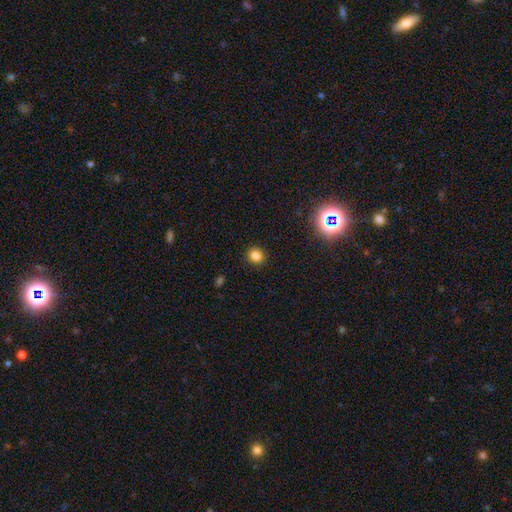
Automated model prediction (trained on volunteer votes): smooth-or-featured: smooth: 82% | star or artifact: 14% | featured or disk: 4%
  how-rounded: round: 84% | in between: 15% | cigar-shaped: 1%
  merging: none: 91% | minor disturbance: 6% | major disturbance: 2% | merger: 1%